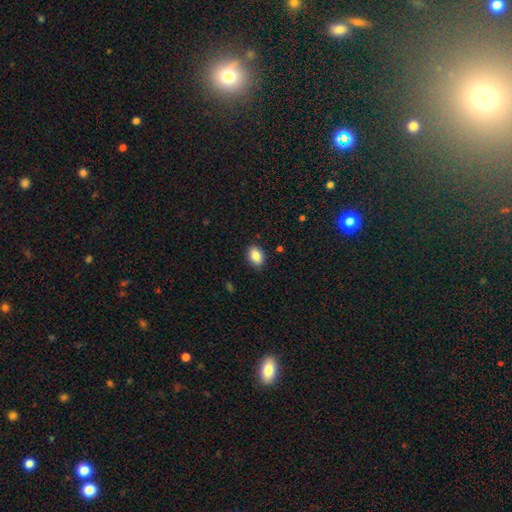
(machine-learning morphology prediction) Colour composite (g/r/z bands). It shows a smooth galaxy with no disk features (89%) that is in between round and cigar-shaped (83%). Merging: none (87%).